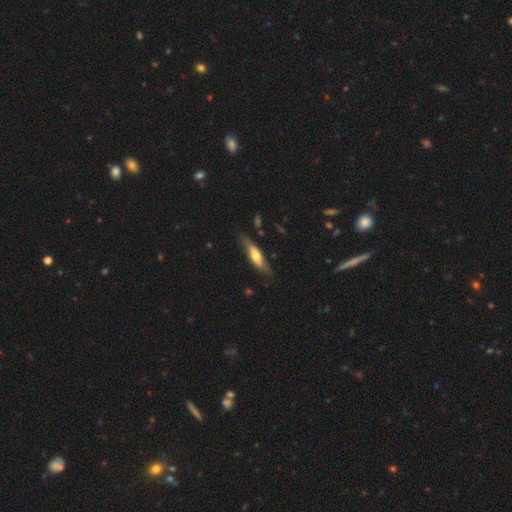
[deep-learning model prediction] The model was most divided on "smooth or featured": smooth: 48%, featured or disk: 46%, star or artifact: 6%. More confident: merging — none (71%).